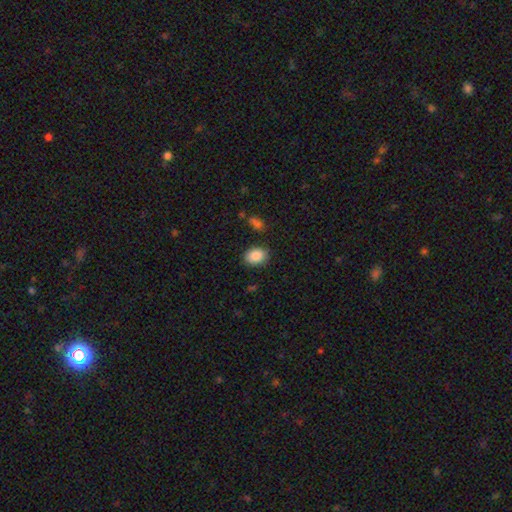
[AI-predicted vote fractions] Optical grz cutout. It shows a smooth galaxy with no disk features (88%) that is in between round and cigar-shaped (73%). Merging: none (84%).